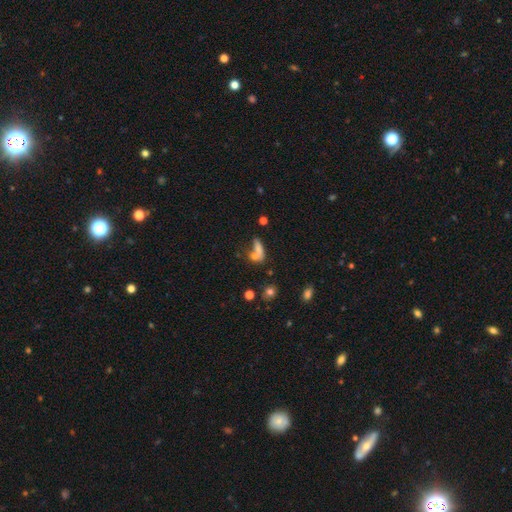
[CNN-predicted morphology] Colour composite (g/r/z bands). It shows a smooth galaxy with no disk features (69%) that is in between round and cigar-shaped (55%). Merging: merger (42%).